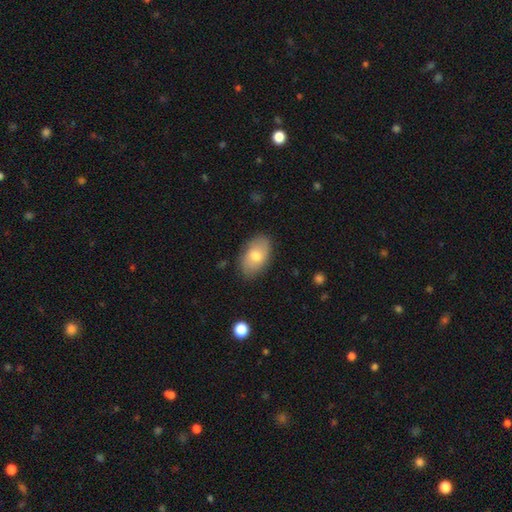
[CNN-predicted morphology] Smooth or featured? Predicted: smooth (p=0.71). How rounded? Predicted: in between (p=0.92). Merging? Predicted: none (p=0.82).